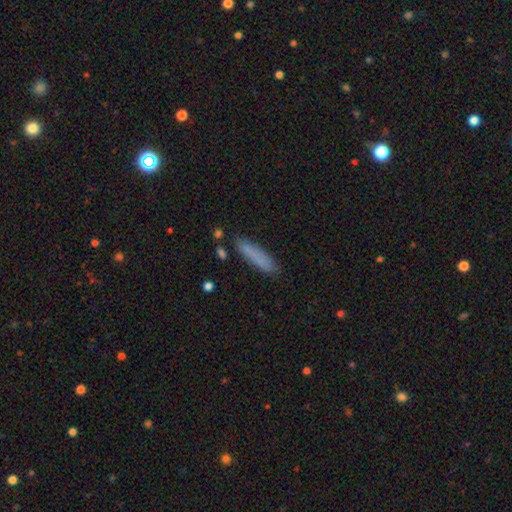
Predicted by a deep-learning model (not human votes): Smooth or featured: smooth — 81% (featured or disk — 12%)
How rounded: cigar-shaped — 84% (in between — 15%)
Merging: none — 84% (minor disturbance — 11%)